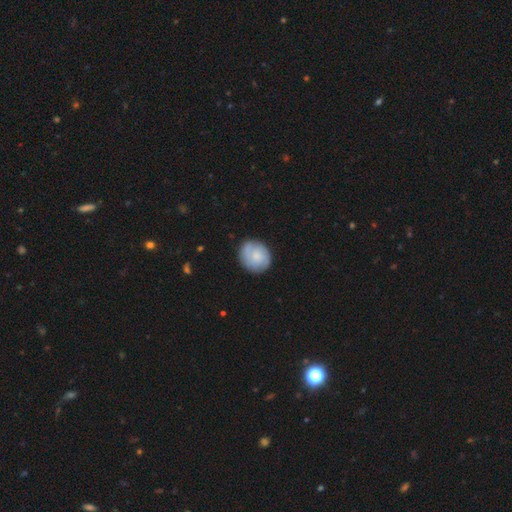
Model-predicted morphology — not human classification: A smooth galaxy with no disk features (63%) that is round (77%).

Vote fractions:
- Smooth or featured? smooth: 63% / featured or disk: 31% / star or artifact: 6%
- How rounded? round: 77% / in between: 23% / cigar-shaped: 1%
- Merging? none: 77% / minor disturbance: 16% / major disturbance: 4% / merger: 2%